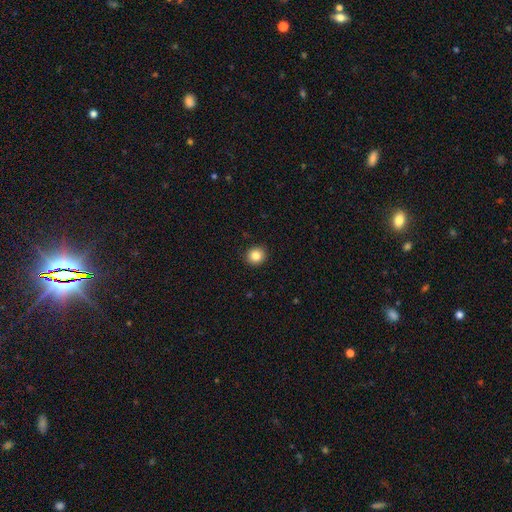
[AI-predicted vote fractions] A smooth galaxy with no disk features (84%) that is round (86%). Merging: none (92%).